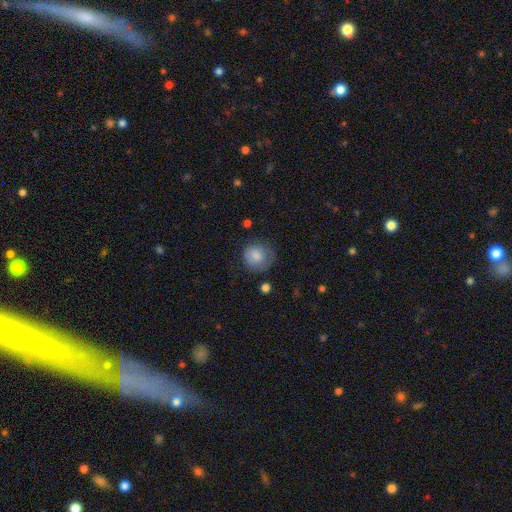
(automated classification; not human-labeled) This appears to be a smooth galaxy with no disk features (82%) that is round (83%). Merging: none (64%).